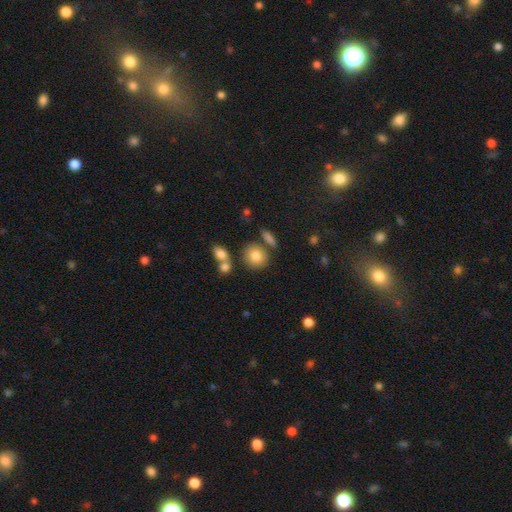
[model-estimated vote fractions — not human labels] smooth_or_featured: smooth (p=0.82) [alt: star or artifact p=0.09]
how_rounded: round (p=0.74) [alt: in between p=0.24]
merging: none (p=0.68) [alt: merger p=0.15]